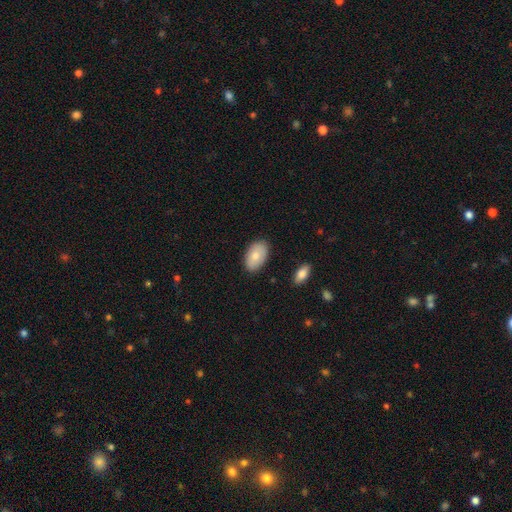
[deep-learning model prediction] A smooth galaxy with no disk features (77%) that is in between round and cigar-shaped (93%). Merging: none (85%).